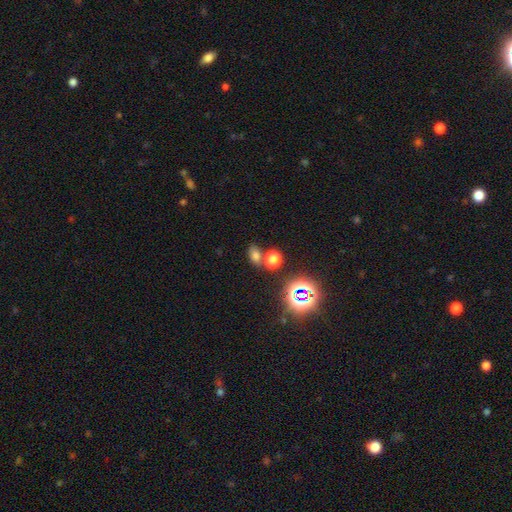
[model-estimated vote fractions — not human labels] Smooth or featured? Predicted: smooth (p=0.64). How rounded? Predicted: in between (p=0.69). Merging? Predicted: none (p=0.61).